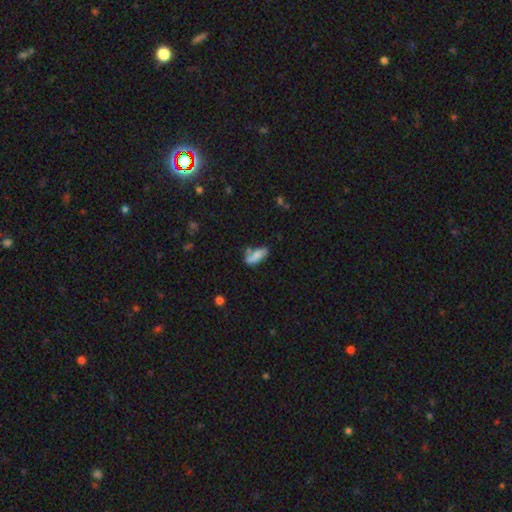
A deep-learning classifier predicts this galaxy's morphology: Smooth or featured? Predicted: smooth (p=0.67). How rounded? Predicted: in between (p=0.70). Merging? Predicted: none (p=0.49).